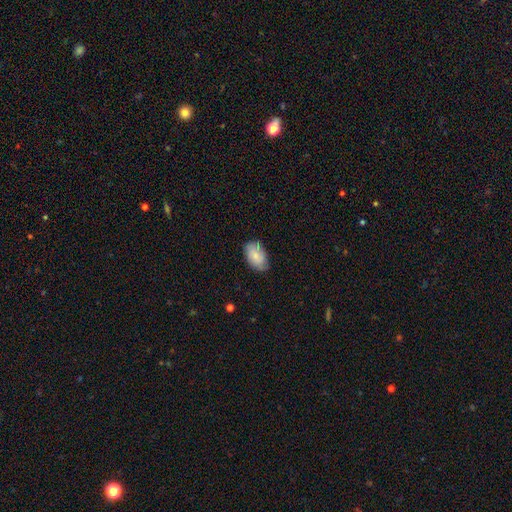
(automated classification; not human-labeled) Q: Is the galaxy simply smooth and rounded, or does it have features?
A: smooth — 75%.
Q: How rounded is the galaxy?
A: in between — 90%.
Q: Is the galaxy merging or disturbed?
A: none — 72%.